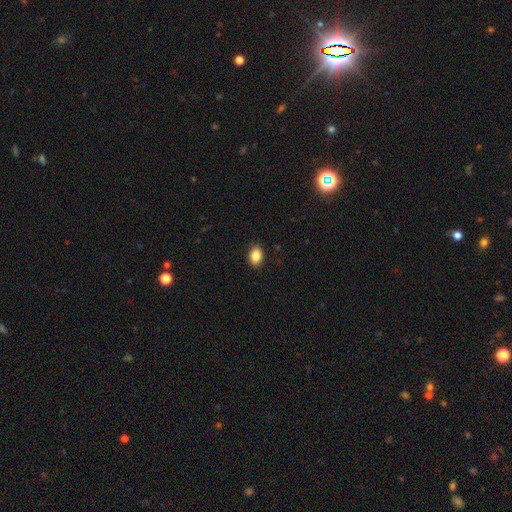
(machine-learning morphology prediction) smooth 87%, star or artifact 8%, featured or disk 5%. Down the decision tree: how rounded — in between (80%); merging — none (90%).